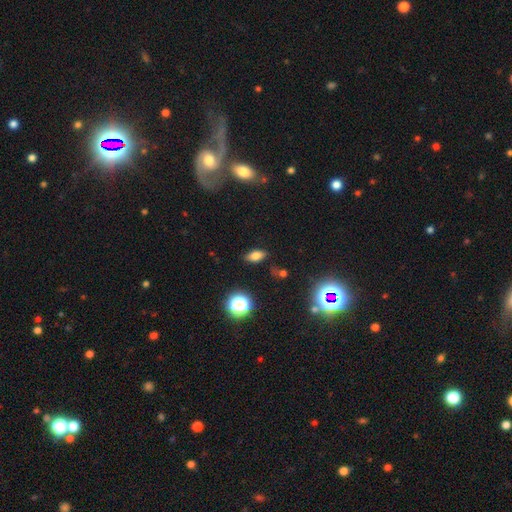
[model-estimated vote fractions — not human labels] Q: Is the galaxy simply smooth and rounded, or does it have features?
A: smooth — 72%.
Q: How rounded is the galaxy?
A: in between — 84%.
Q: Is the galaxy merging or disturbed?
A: none — 83%.